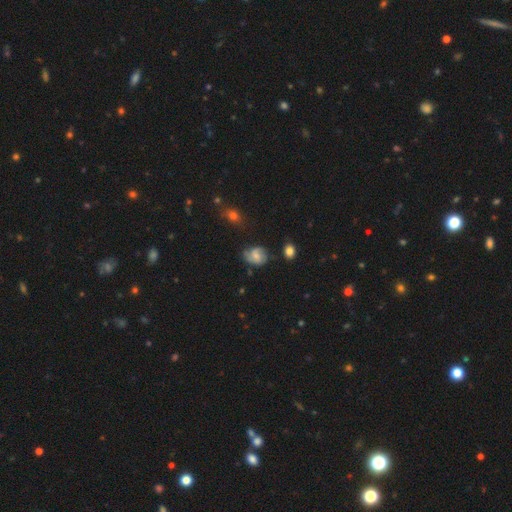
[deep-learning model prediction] The model was most divided on "smooth or featured": featured or disk: 51%, smooth: 41%, star or artifact: 9%. More confident: edge-on disk — no (97%); merging — none (61%).